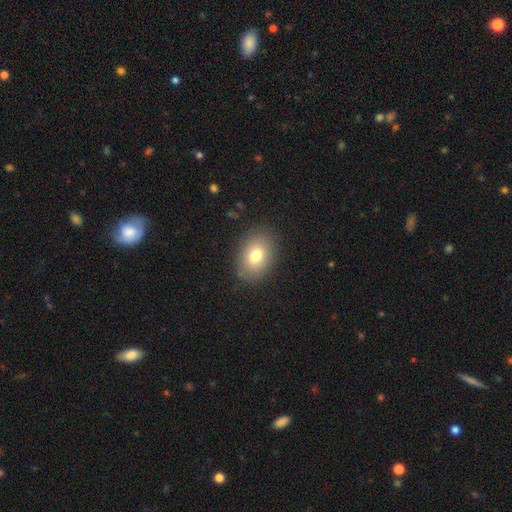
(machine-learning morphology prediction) Smooth or featured? smooth (77%)
How rounded? in between (74%)
Merging? none (86%)